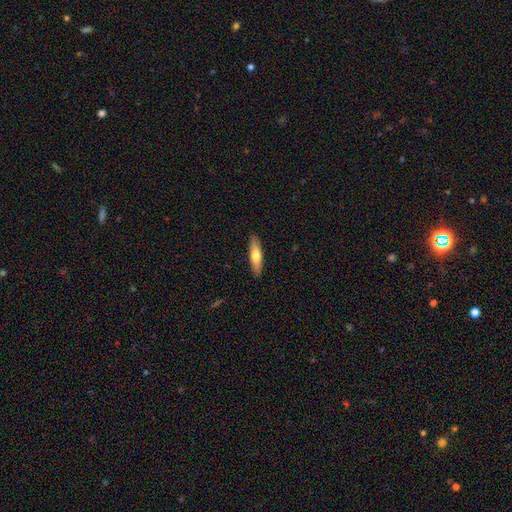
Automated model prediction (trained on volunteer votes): smooth-or-featured: smooth: 63% | featured or disk: 32% | star or artifact: 6%
  how-rounded: cigar-shaped: 72% | in between: 27% | round: 2%
  merging: none: 90% | minor disturbance: 7% | major disturbance: 2% | merger: 1%